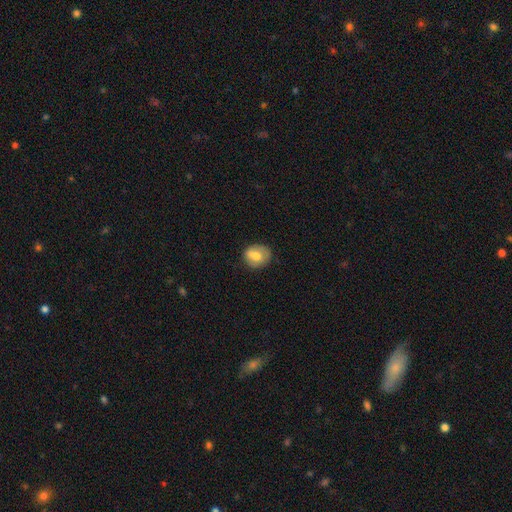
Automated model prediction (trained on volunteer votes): This appears to be a smooth galaxy with no disk features (64%) that is round (65%). Merging: none (71%).